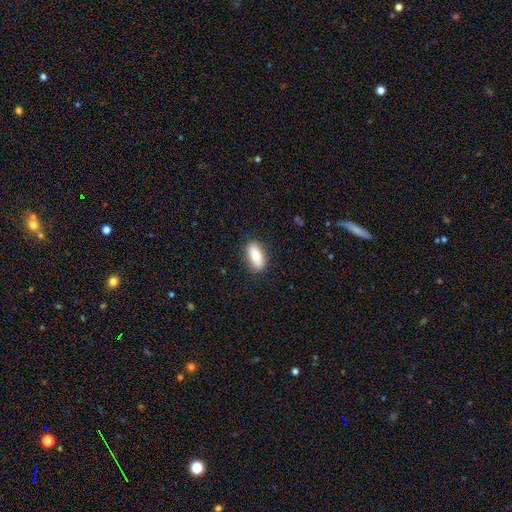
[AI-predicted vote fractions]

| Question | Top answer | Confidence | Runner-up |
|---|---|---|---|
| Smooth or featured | smooth | 80% | featured or disk (13%) |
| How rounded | in between | 87% | cigar-shaped (9%) |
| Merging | none | 86% | minor disturbance (10%) |